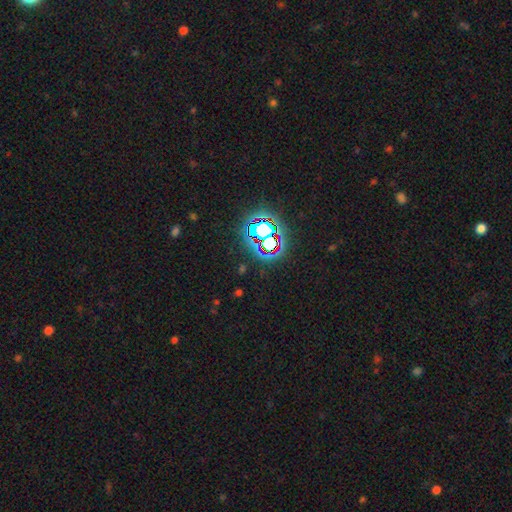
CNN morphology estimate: A star or artifact, not a galaxy (83%).